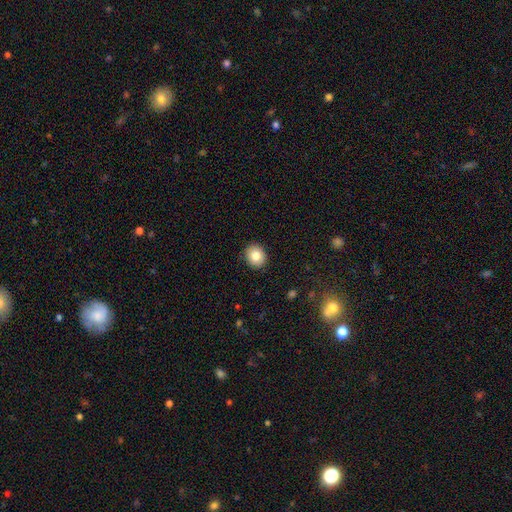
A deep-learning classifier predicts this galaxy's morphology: A smooth galaxy with no disk features (82%) that is round (70%).

Vote fractions:
- Smooth or featured? smooth: 82% / featured or disk: 9% / star or artifact: 9%
- How rounded? round: 70% / in between: 29% / cigar-shaped: 1%
- Merging? none: 91% / minor disturbance: 6% / major disturbance: 2% / merger: 1%